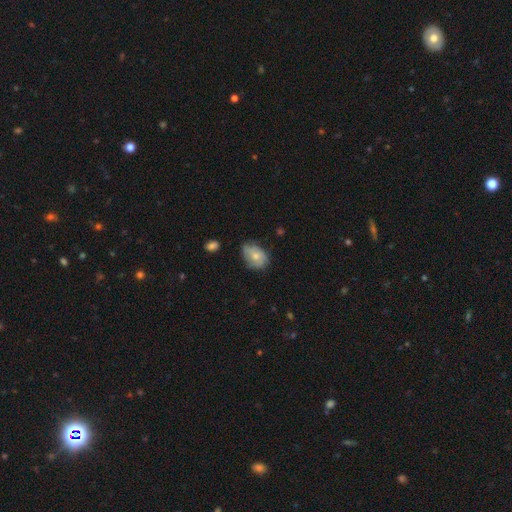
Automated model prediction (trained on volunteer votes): Smooth or featured?
  - smooth: 58% *
  - featured or disk: 35%
  - star or artifact: 7%
How rounded?
  - in between: 73% *
  - round: 25%
  - cigar-shaped: 1%
Merging?
  - none: 52% *
  - minor disturbance: 35%
  - major disturbance: 11%
  - merger: 2%